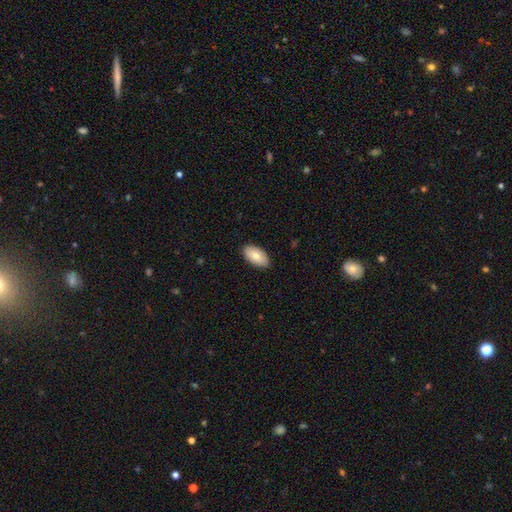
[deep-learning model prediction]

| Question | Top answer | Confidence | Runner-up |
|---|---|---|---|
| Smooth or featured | smooth | 82% | featured or disk (12%) |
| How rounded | in between | 95% | round (3%) |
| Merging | none | 88% | minor disturbance (10%) |